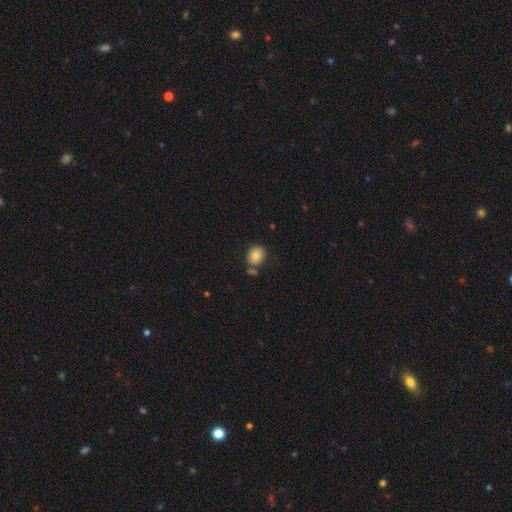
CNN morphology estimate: This appears to be a smooth galaxy with no disk features (77%) that is round (70%). Merging: none (68%).